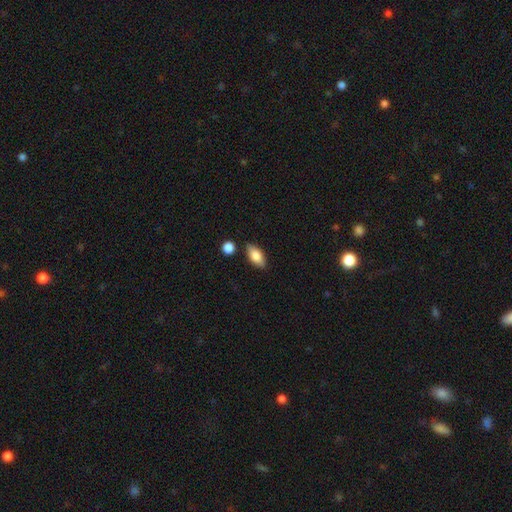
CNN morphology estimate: smooth 76%, featured or disk 17%, star or artifact 7%. Down the decision tree: how rounded — in between (86%); merging — none (81%).